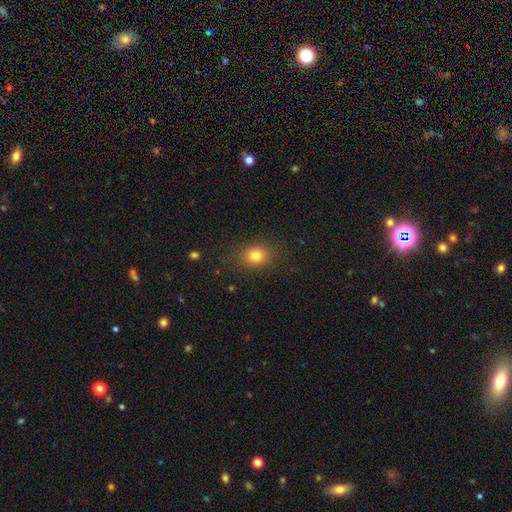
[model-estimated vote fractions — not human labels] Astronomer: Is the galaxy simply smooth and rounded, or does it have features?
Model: smooth — 80%.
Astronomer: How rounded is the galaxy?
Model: round — 54% (runner-up: in between, 45%).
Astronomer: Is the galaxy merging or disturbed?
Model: none — 85%.